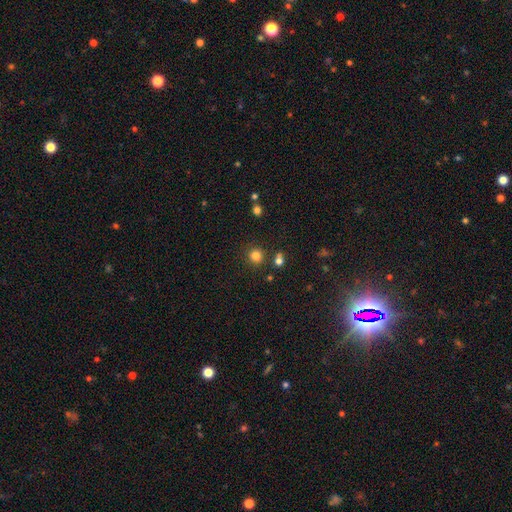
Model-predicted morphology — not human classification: smooth 82%, star or artifact 14%, featured or disk 5%. Down the decision tree: how rounded — round (91%); merging — none (83%).